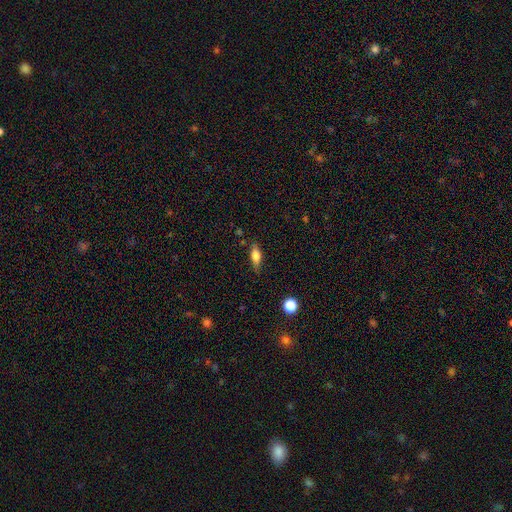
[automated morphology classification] smooth-or-featured: smooth: 65% | featured or disk: 26% | star or artifact: 8%
  how-rounded: in between: 66% | cigar-shaped: 29% | round: 5%
  merging: none: 80% | minor disturbance: 15% | major disturbance: 4% | merger: 2%